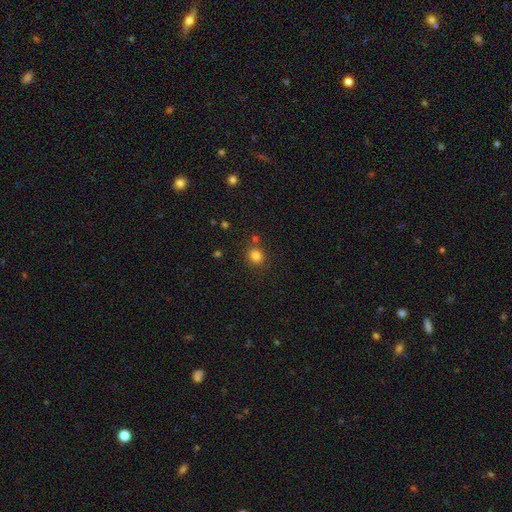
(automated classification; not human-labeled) smooth_or_featured: smooth (p=0.82) [alt: star or artifact p=0.13]
how_rounded: round (p=0.85) [alt: in between p=0.14]
merging: none (p=0.80) [alt: minor disturbance p=0.09]